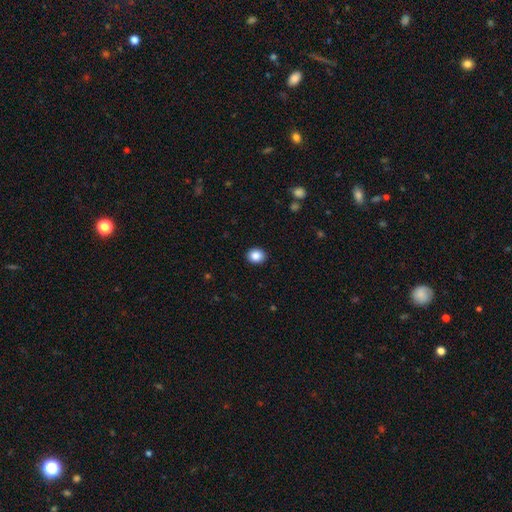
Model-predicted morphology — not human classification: A smooth galaxy with no disk features (87%) that is round (64%). Merging: none (91%).